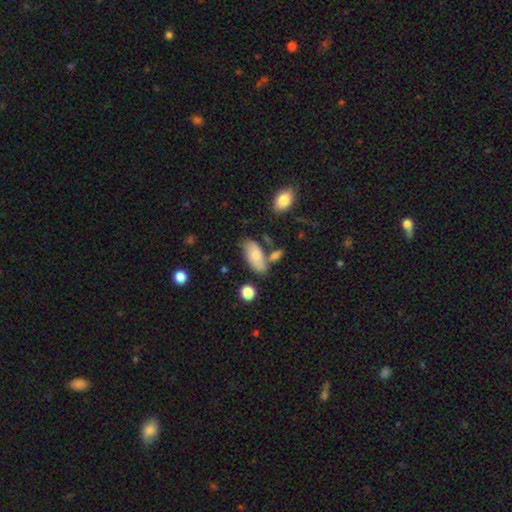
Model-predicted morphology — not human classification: Smooth or featured? smooth (70%)
How rounded? in between (90%)
Merging? none (53%)